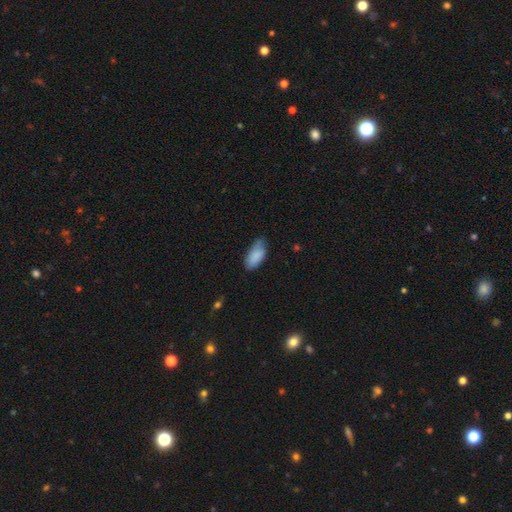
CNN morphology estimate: This appears to be a smooth galaxy with no disk features (86%) that is in between round and cigar-shaped (92%). Merging: none (55%).